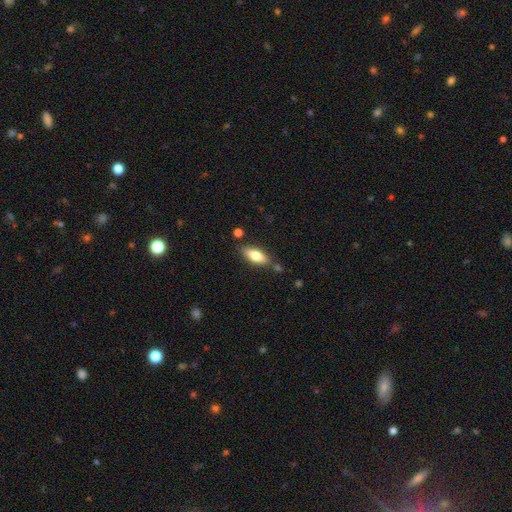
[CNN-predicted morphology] Smooth or featured?
  - smooth: 73% *
  - featured or disk: 21%
  - star or artifact: 6%
How rounded?
  - in between: 76% *
  - cigar-shaped: 22%
  - round: 2%
Merging?
  - none: 78% *
  - minor disturbance: 14%
  - merger: 5%
  - major disturbance: 3%